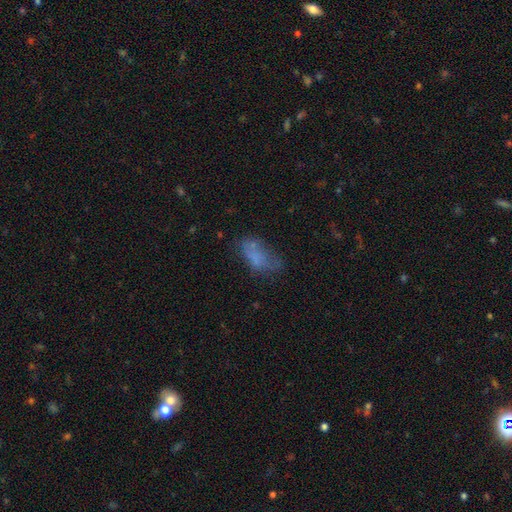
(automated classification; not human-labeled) Q: Smooth or featured?
A: smooth (58%); runner-up: featured or disk (28%)
Q: How rounded?
A: in between (86%); runner-up: cigar-shaped (10%)
Q: Merging?
A: none (42%); runner-up: minor disturbance (26%)